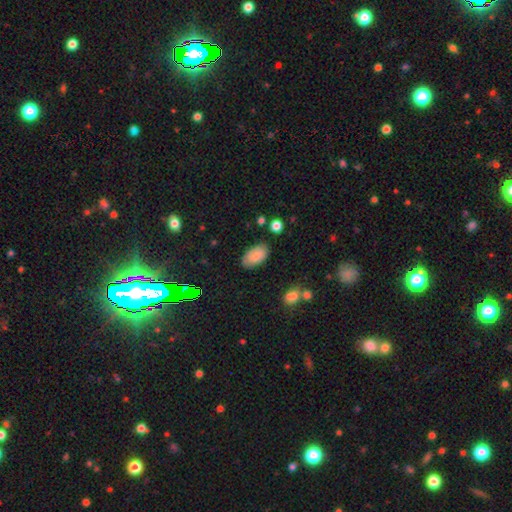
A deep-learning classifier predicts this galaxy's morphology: type=smooth (84%); roundness=in between (95%); merging=none (82%).